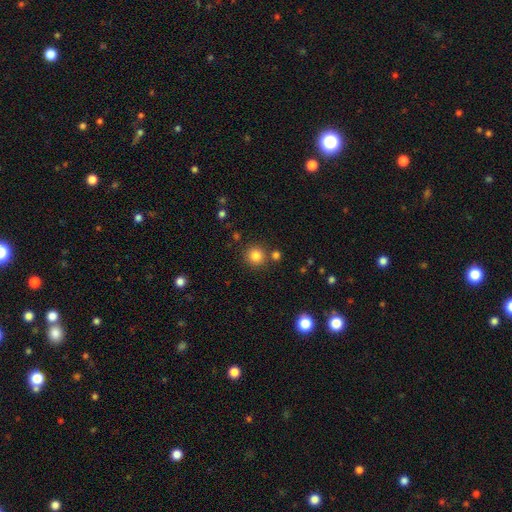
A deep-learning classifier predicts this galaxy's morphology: Smooth or featured: smooth — 83% (star or artifact — 12%)
How rounded: round — 93% (in between — 6%)
Merging: none — 82% (merger — 8%)